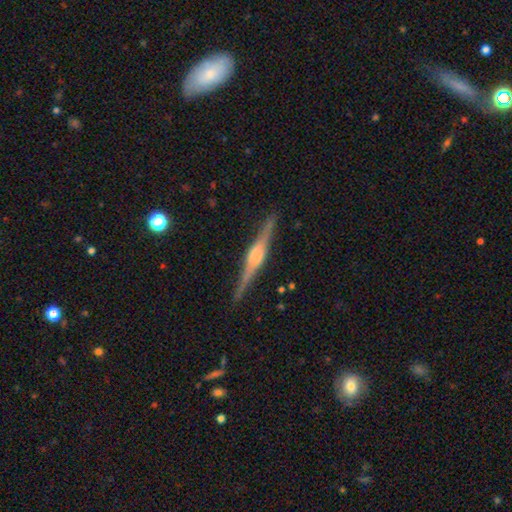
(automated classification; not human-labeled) featured or disk 83%, smooth 11%, star or artifact 6%. Down the decision tree: edge-on disk — yes (98%); edge-on bulge — rounded (54%); merging — none (87%).